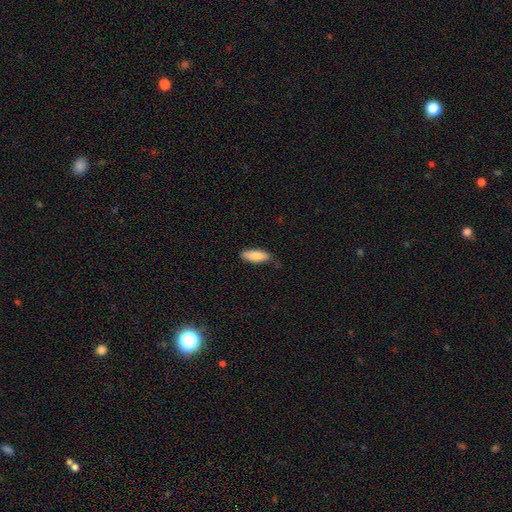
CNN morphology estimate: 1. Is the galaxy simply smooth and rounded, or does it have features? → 87% smooth, 7% featured or disk, 6% star or artifact.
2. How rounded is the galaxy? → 67% in between, 32% cigar-shaped, 2% round.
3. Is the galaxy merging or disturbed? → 77% none, 18% minor disturbance, 3% major disturbance, 1% merger.